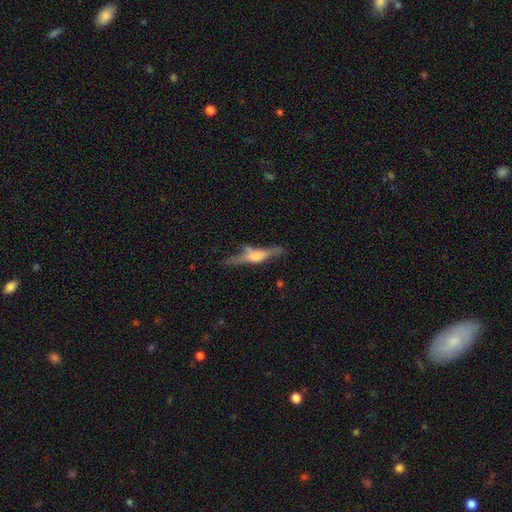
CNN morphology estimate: smooth_or_featured: featured or disk (p=0.56) [alt: smooth p=0.36]
disk_edge_on: yes (p=0.88) [alt: no p=0.12]
merging: none (p=0.52) [alt: minor disturbance p=0.23]